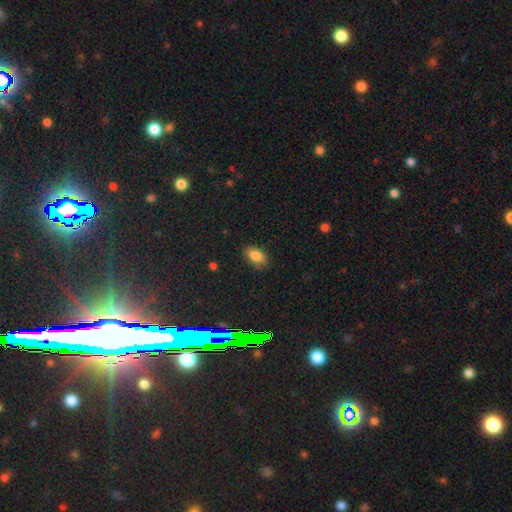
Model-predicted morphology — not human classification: smooth-or-featured: smooth: 83% | star or artifact: 10% | featured or disk: 7%
  how-rounded: in between: 89% | round: 9% | cigar-shaped: 2%
  merging: none: 83% | minor disturbance: 13% | major disturbance: 3% | merger: 1%